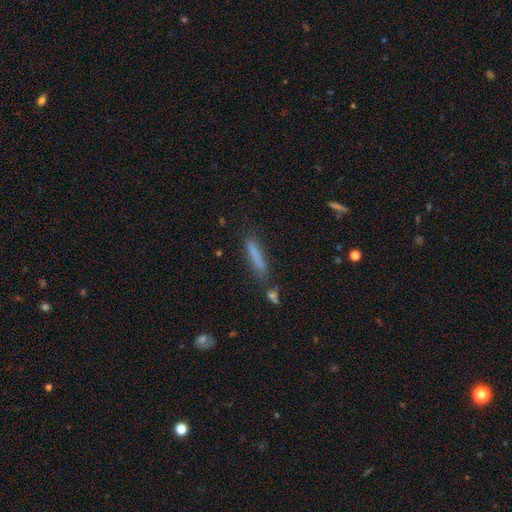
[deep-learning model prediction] The model was most divided on "smooth or featured": smooth: 73%, featured or disk: 18%, star or artifact: 9%. More confident: how rounded — cigar-shaped (90%); merging — none (77%).